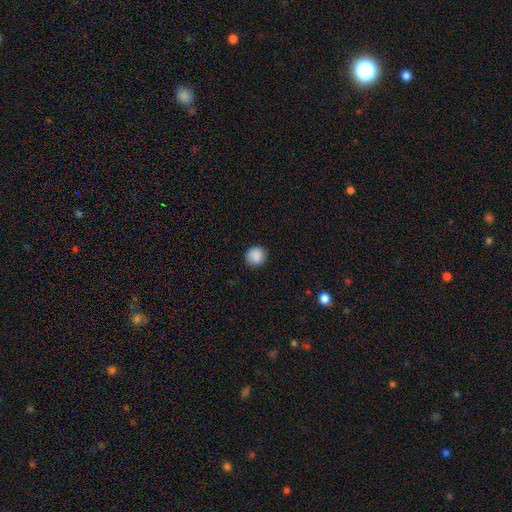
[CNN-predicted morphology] The model was most divided on "smooth or featured": smooth: 89%, star or artifact: 9%, featured or disk: 3%. More confident: how rounded — round (91%); merging — none (90%).